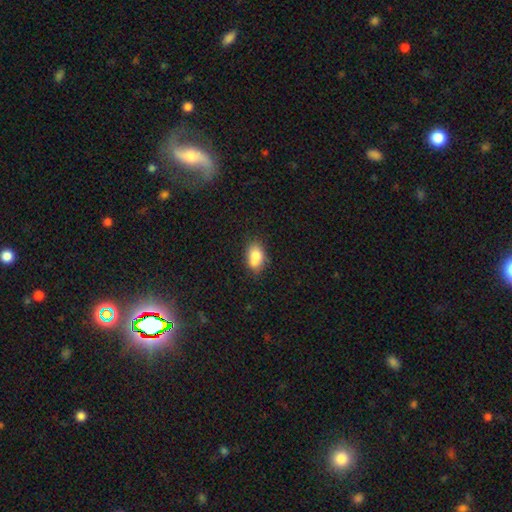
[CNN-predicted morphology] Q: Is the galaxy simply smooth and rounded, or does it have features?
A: smooth — 79%.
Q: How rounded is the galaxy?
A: in between — 82%.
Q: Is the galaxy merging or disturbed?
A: none — 57%.